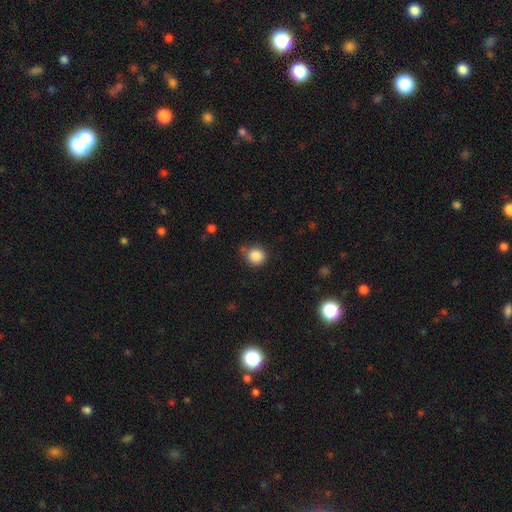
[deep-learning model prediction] Smooth or featured? Predicted: smooth (p=0.86). How rounded? Predicted: round (p=0.86). Merging? Predicted: none (p=0.76).